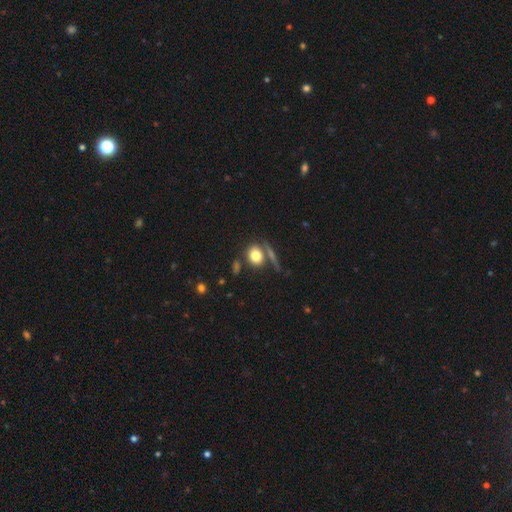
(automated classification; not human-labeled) Smooth or featured: smooth — 78% (featured or disk — 12%)
How rounded: round — 60% (in between — 37%)
Merging: none — 63% (merger — 19%)